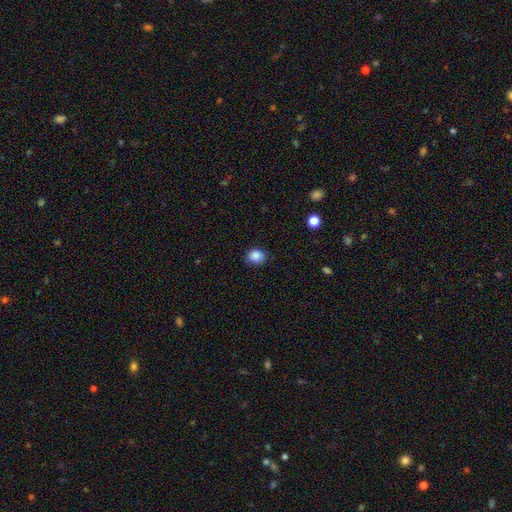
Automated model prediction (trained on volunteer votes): The model was most divided on "how rounded": round: 61%, in between: 38%, cigar-shaped: 1%. More confident: smooth or featured — smooth (87%); merging — none (84%).